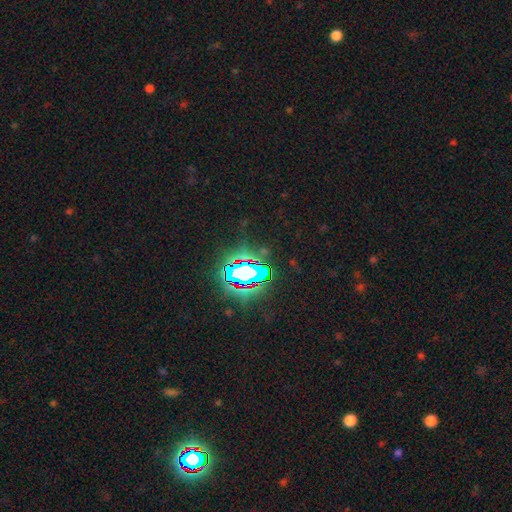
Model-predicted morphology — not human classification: Smooth or featured? Predicted: star or artifact (p=0.84).